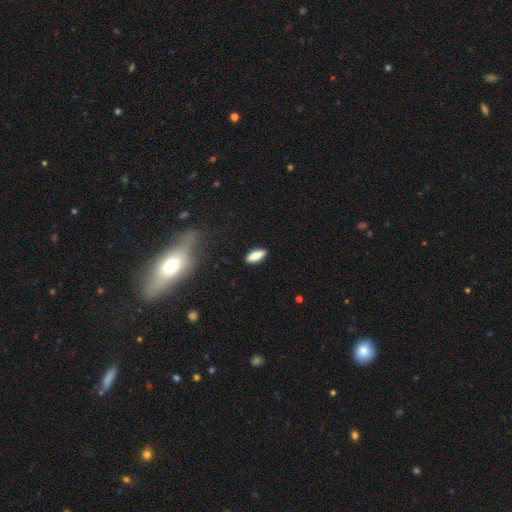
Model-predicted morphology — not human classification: Smooth or featured: smooth — 83% (featured or disk — 10%)
How rounded: in between — 67% (cigar-shaped — 31%)
Merging: none — 87% (minor disturbance — 9%)